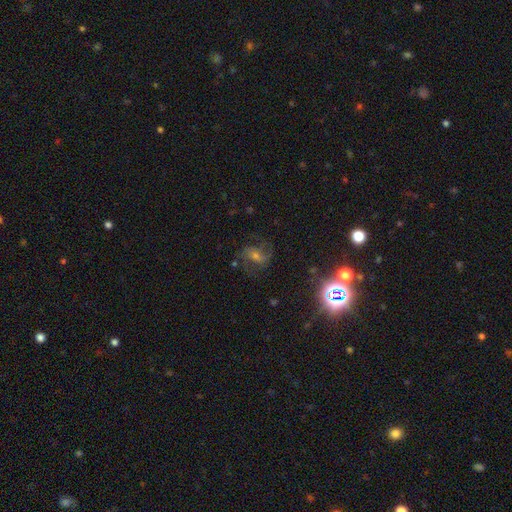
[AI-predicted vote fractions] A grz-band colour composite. It shows a featured or disk galaxy (61%) with a weak bar (42%), 2 (72%) medium (50%) spiral arms (92%) and a small central bulge (48%). Merging: none (69%).